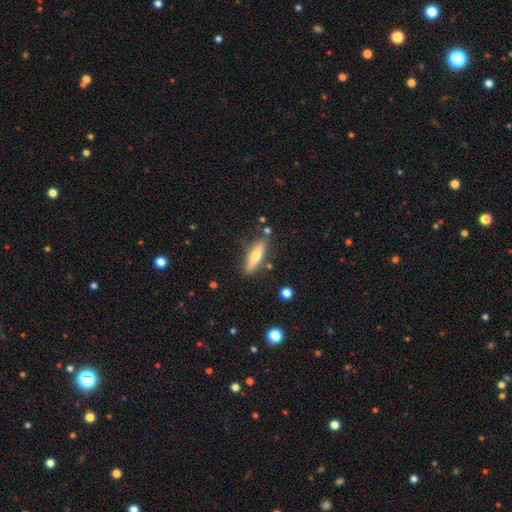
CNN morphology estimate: smooth_or_featured: smooth (p=0.55) [alt: featured or disk p=0.38]
how_rounded: cigar-shaped (p=0.68) [alt: in between p=0.30]
merging: none (p=0.78) [alt: minor disturbance p=0.14]